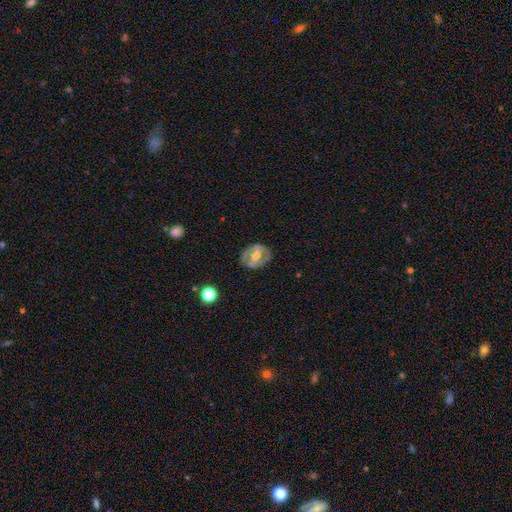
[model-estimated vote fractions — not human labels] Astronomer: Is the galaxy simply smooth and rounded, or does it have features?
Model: featured or disk — 70%.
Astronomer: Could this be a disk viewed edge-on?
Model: no — 95%.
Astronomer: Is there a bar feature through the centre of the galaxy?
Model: weak — 38% (runner-up: strong, 36%).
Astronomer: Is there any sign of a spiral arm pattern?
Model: yes — 58% (runner-up: no, 42%).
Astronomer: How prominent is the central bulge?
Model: moderate — 63%.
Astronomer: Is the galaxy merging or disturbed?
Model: none — 75%.